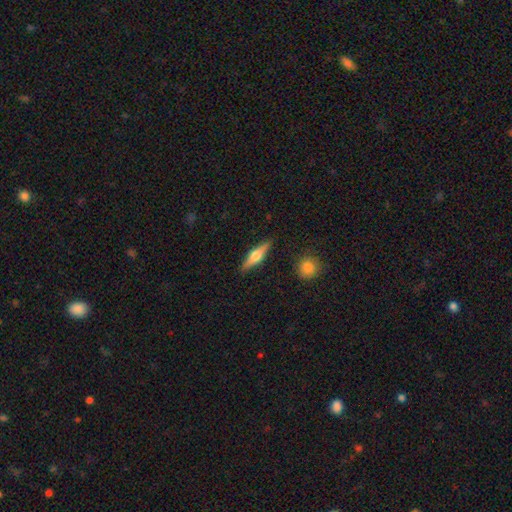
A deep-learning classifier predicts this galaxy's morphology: This appears to be a featured or disk galaxy (56%) viewed edge-on (94%) with a rounded central bulge (92%). Merging: none (88%).